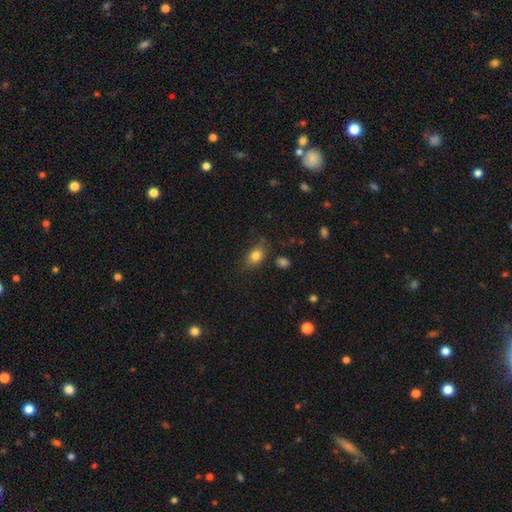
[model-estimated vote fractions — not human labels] A smooth galaxy with no disk features (82%) that is in between round and cigar-shaped (77%). Merging: none (71%).